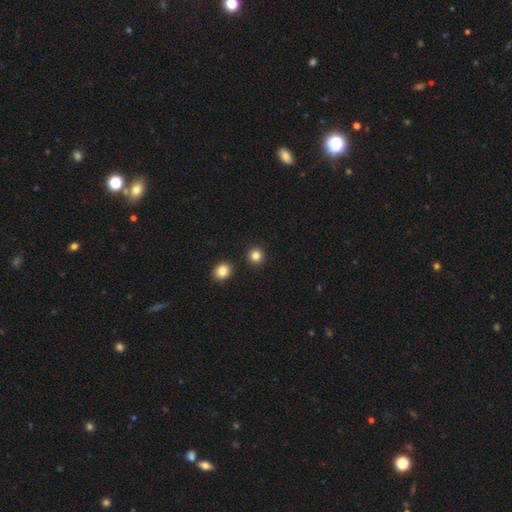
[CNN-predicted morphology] A smooth galaxy with no disk features (84%) that is round (92%).

Vote fractions:
- Smooth or featured? smooth: 84% / star or artifact: 12% / featured or disk: 4%
- How rounded? round: 92% / in between: 7% / cigar-shaped: 1%
- Merging? none: 90% / minor disturbance: 5% / merger: 3% / major disturbance: 2%